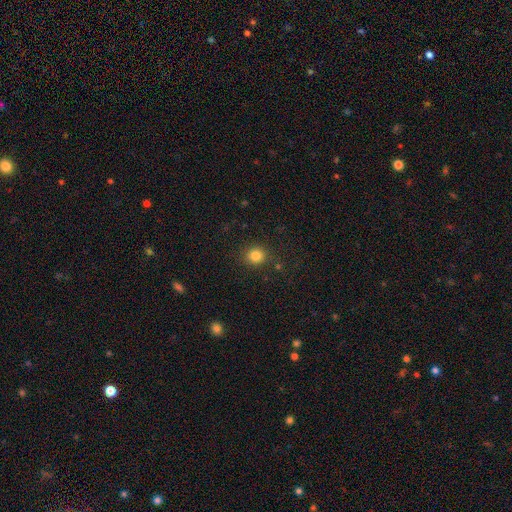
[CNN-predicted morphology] smooth_or_featured: smooth (p=0.83) [alt: star or artifact p=0.12]
how_rounded: round (p=0.88) [alt: in between p=0.11]
merging: none (p=0.87) [alt: minor disturbance p=0.08]